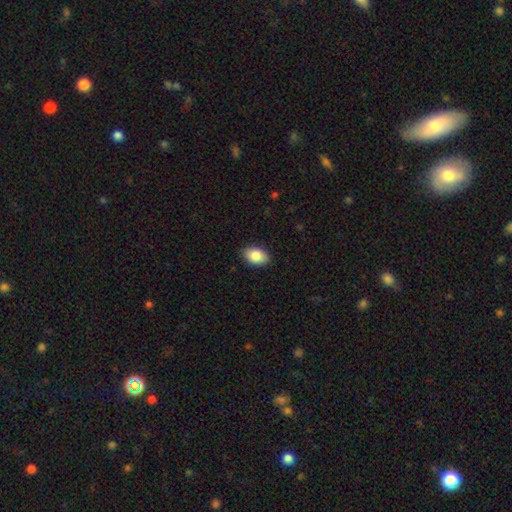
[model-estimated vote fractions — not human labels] smooth_or_featured: smooth (p=0.86) [alt: featured or disk p=0.07]
how_rounded: in between (p=0.88) [alt: round p=0.11]
merging: none (p=0.89) [alt: minor disturbance p=0.08]